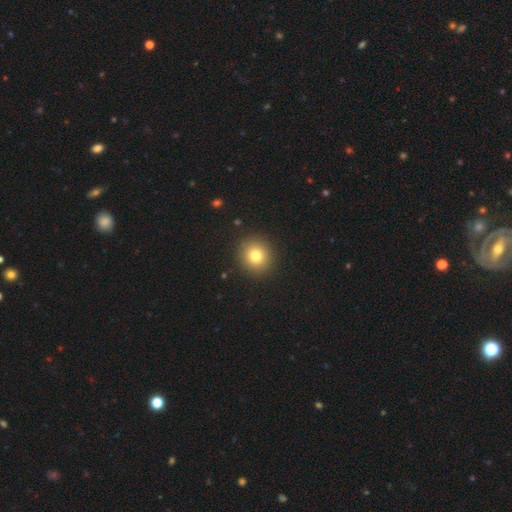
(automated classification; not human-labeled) This is likely a smooth galaxy (80%). How rounded: clearly round (89%). Merging: clearly none (91%).